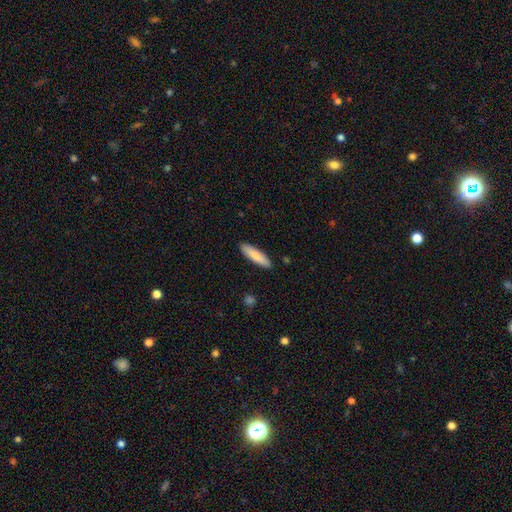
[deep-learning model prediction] A smooth galaxy with no disk features (82%) that is cigar-shaped (73%). Merging: none (89%).